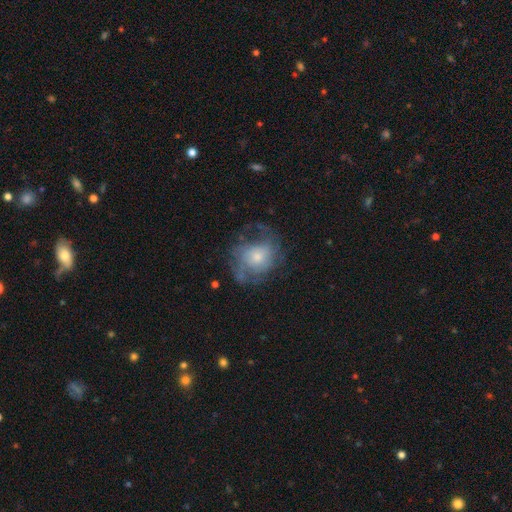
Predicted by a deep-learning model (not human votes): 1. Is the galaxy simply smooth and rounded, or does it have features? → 57% featured or disk, 29% smooth, 15% star or artifact.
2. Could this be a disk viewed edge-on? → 96% no, 4% yes.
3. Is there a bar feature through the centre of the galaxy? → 79% no, 17% weak, 4% strong.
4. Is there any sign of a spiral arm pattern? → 74% yes, 26% no.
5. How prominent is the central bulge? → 45% moderate, 39% small, 10% large, 3% none, 2% dominant.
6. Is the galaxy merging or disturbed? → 64% none, 19% minor disturbance, 16% major disturbance, 2% merger.